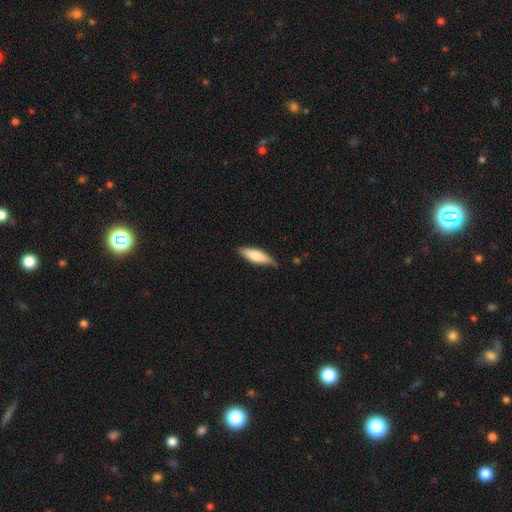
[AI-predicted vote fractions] Smooth or featured? Predicted: smooth (p=0.68). How rounded? Predicted: cigar-shaped (p=0.57). Merging? Predicted: none (p=0.73).